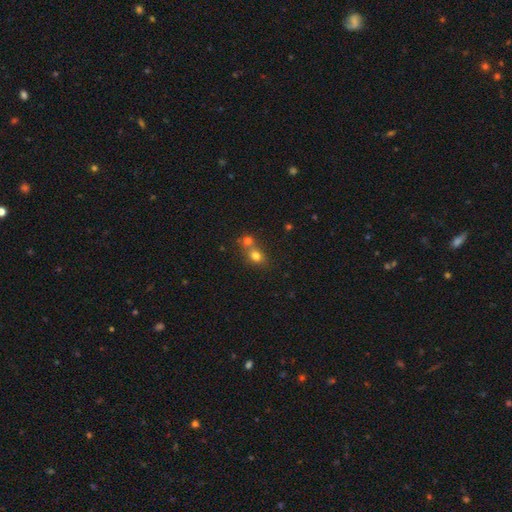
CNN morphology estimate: Smooth or featured? smooth (74%)
How rounded? round (64%)
Merging? merger (50%)